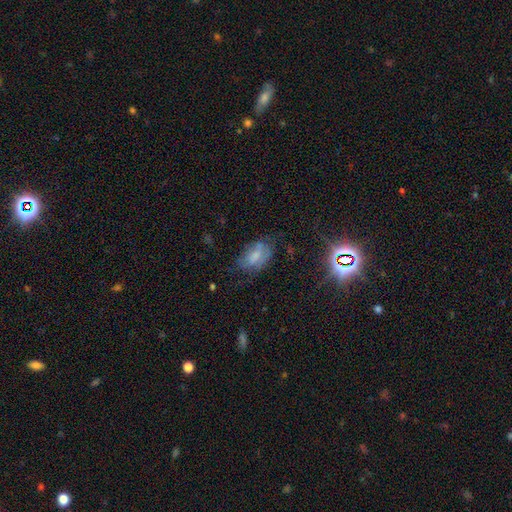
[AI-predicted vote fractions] Smooth or featured? Predicted: smooth (p=0.53). How rounded? Predicted: in between (p=0.89). Merging? Predicted: none (p=0.52).